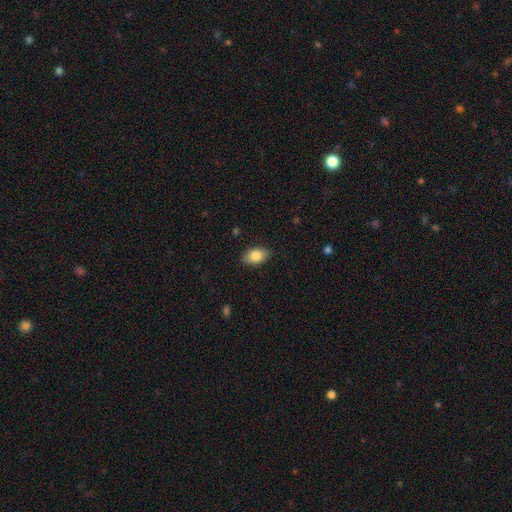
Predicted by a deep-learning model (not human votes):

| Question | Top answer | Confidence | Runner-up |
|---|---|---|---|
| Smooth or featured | smooth | 83% | featured or disk (10%) |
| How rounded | in between | 90% | round (8%) |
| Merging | none | 86% | minor disturbance (10%) |